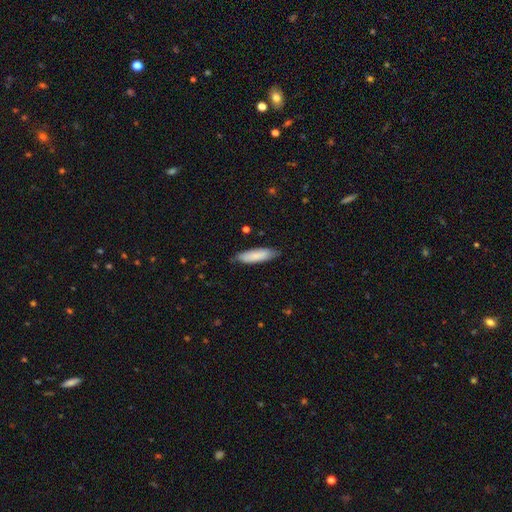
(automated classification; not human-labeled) smooth-or-featured: smooth: 84% | featured or disk: 11% | star or artifact: 6%
  how-rounded: cigar-shaped: 54% | in between: 44% | round: 1%
  merging: none: 81% | minor disturbance: 16% | major disturbance: 2% | merger: 1%